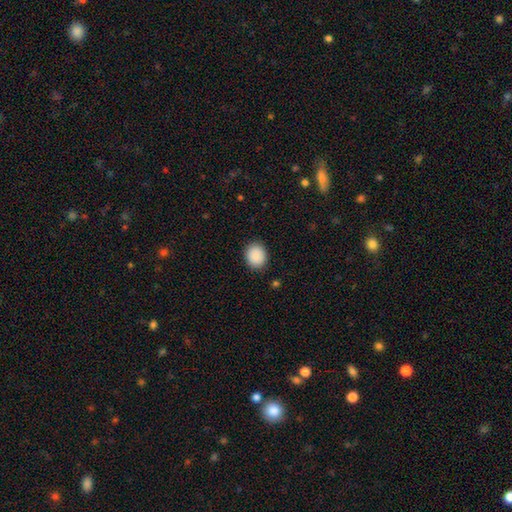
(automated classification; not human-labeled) Overall: smooth (90%). How rounded: round (62%; in between 37%). Merging: none (90%).